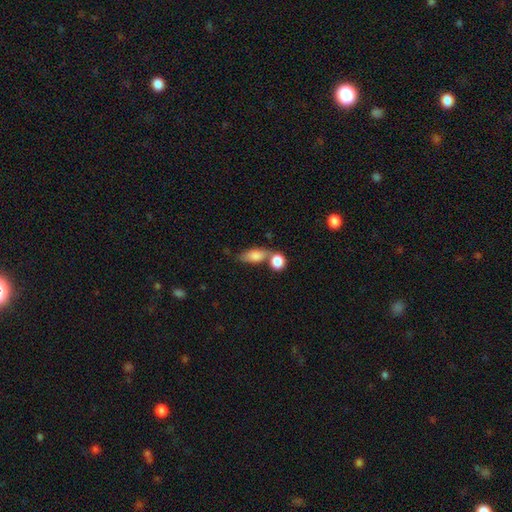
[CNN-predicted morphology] A smooth galaxy with no disk features (80%) that is in between round and cigar-shaped (76%).

Vote fractions:
- Smooth or featured? smooth: 80% / featured or disk: 13% / star or artifact: 7%
- How rounded? in between: 76% / cigar-shaped: 13% / round: 11%
- Merging? merger: 41% / none: 40% / minor disturbance: 13% / major disturbance: 6%